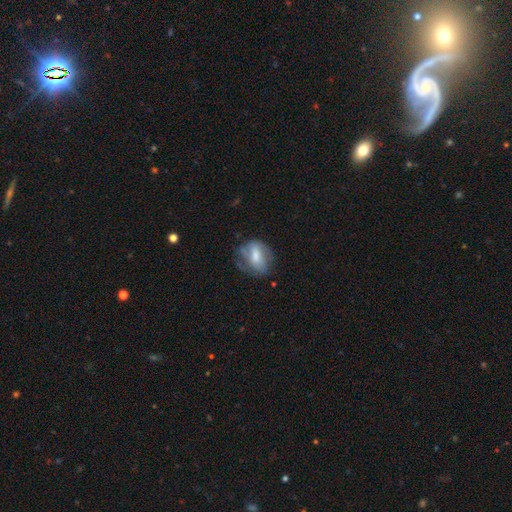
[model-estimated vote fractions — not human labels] The model was most divided on "smooth or featured": smooth: 53%, featured or disk: 39%, star or artifact: 8%. More confident: how rounded — in between (67%); merging — none (50%).